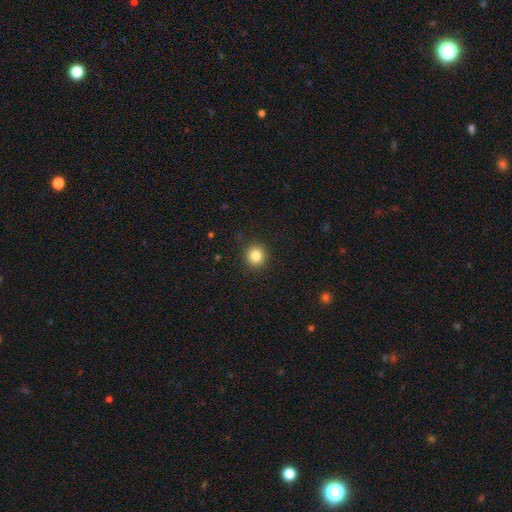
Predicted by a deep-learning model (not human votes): A smooth galaxy with no disk features (84%) that is round (93%).

Vote fractions:
- Smooth or featured? smooth: 84% / star or artifact: 11% / featured or disk: 5%
- How rounded? round: 93% / in between: 6% / cigar-shaped: 1%
- Merging? none: 92% / minor disturbance: 6% / major disturbance: 2% / merger: 1%